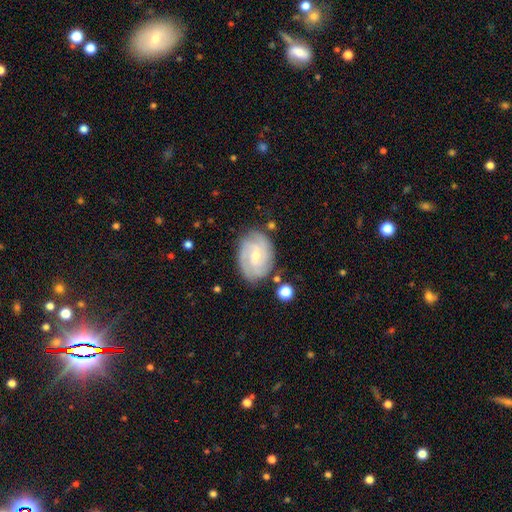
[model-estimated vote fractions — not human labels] Overall: featured or disk (78%). Edge-on disk: no (97%). Bar: weak (53%; no 36%). Spiral arms: yes (95%). Spiral arm count: 2 (29%, tied with 3). Spiral winding: tight (59%; medium 33%). Bulge size: small (59%; moderate 37%). Merging: none (77%).